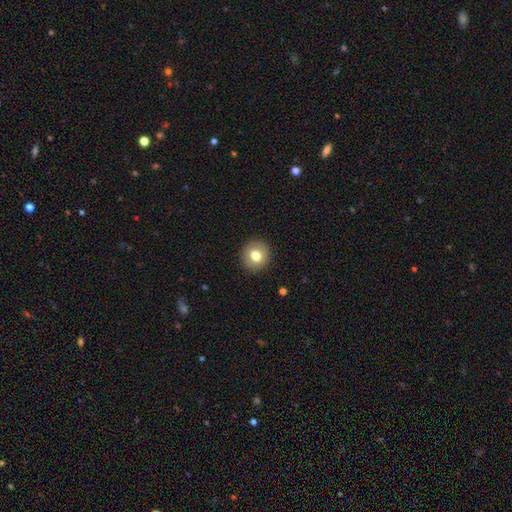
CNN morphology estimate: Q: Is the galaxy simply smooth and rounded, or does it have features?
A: smooth — 78%.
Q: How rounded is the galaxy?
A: round — 90%.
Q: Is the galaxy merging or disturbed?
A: none — 91%.